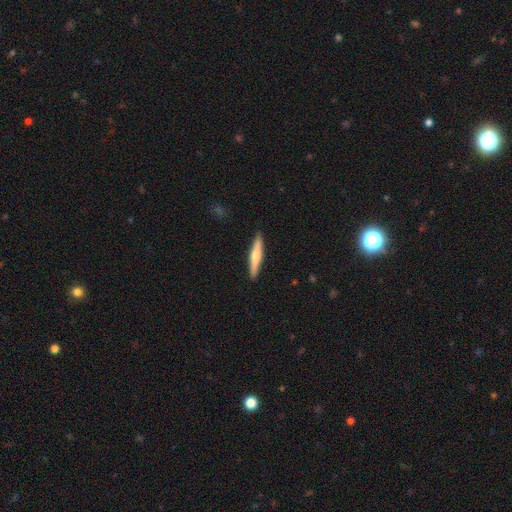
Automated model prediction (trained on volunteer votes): The model was most divided on "smooth or featured": smooth: 51%, featured or disk: 44%, star or artifact: 5%. More confident: how rounded — cigar-shaped (91%); merging — none (90%).